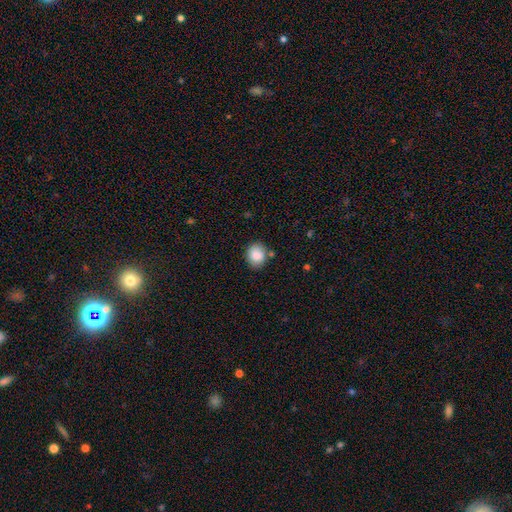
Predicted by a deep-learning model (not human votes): Overall: smooth (86%). How rounded: round (66%; in between 33%). Merging: none (79%).